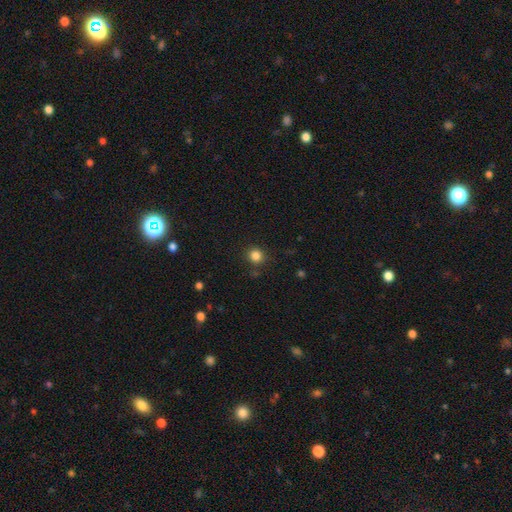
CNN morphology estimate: type=smooth (83%); roundness=round (91%); merging=none (87%).